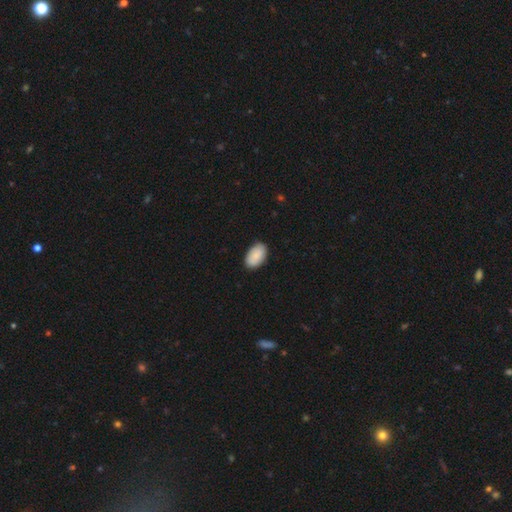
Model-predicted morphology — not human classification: A smooth galaxy with no disk features (89%) that is in between round and cigar-shaped (94%).

Vote fractions:
- Smooth or featured? smooth: 89% / star or artifact: 6% / featured or disk: 5%
- How rounded? in between: 94% / round: 5% / cigar-shaped: 1%
- Merging? none: 88% / minor disturbance: 10% / major disturbance: 2% / merger: 1%